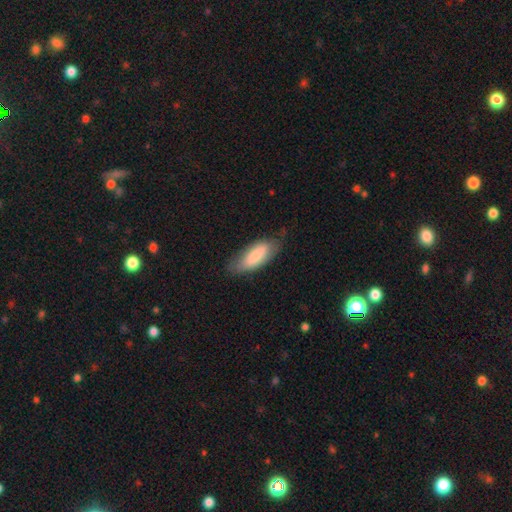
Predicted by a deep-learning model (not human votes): This appears to be a smooth galaxy with no disk features (78%) that is in between round and cigar-shaped (74%). Merging: none (69%).